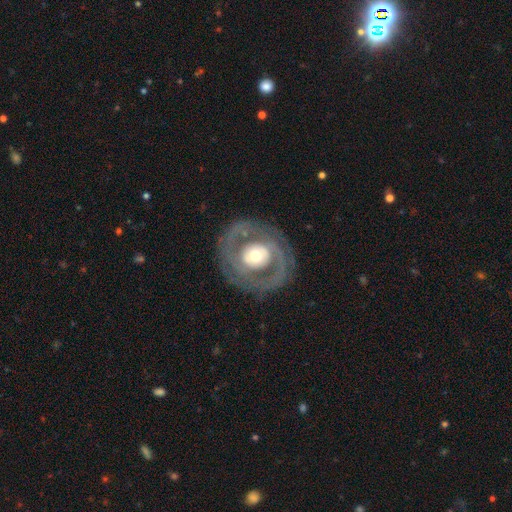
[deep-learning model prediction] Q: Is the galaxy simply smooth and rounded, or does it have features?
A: featured or disk — 76%.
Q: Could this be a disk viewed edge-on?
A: no — 96%.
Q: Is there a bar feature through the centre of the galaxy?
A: no — 65%.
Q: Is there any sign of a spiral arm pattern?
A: yes — 66%.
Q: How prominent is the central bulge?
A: moderate — 61%.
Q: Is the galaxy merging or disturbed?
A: none — 80%.